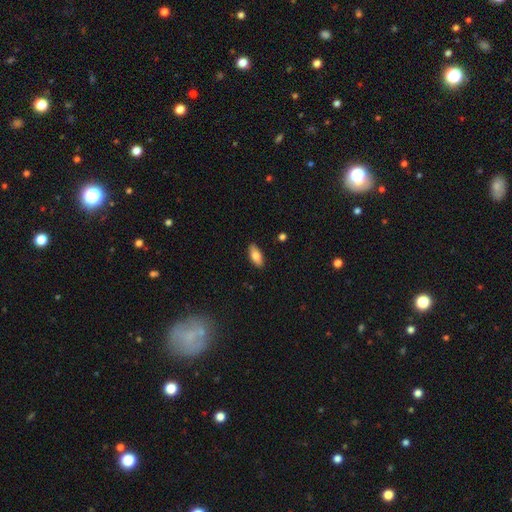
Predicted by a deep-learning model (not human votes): smooth_or_featured: smooth (p=0.79) [alt: featured or disk p=0.14]
how_rounded: in between (p=0.84) [alt: cigar-shaped p=0.14]
merging: none (p=0.88) [alt: minor disturbance p=0.09]